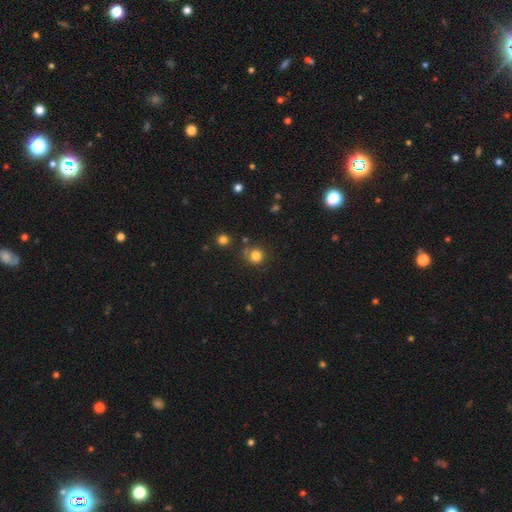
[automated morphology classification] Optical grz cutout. It shows a smooth galaxy with no disk features (81%) that is round (87%). Merging: none (70%).